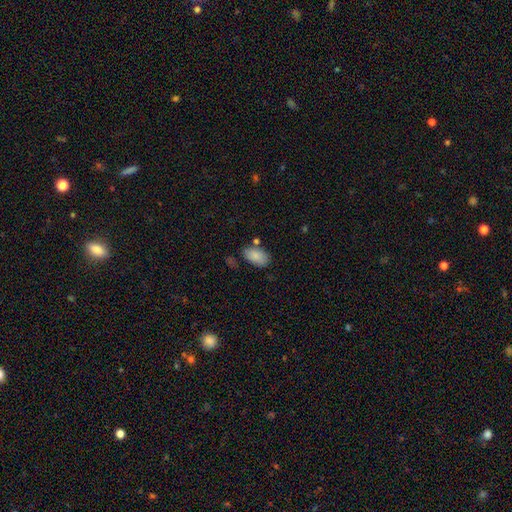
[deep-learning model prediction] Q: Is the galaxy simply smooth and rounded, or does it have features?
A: smooth — 87%.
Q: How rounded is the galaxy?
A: in between — 94%.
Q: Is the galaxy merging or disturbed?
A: none — 70%.